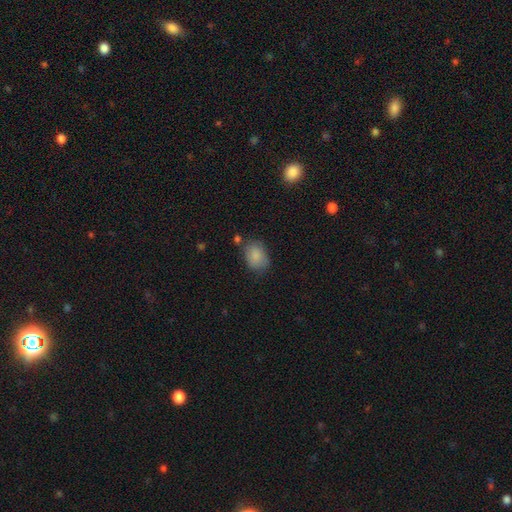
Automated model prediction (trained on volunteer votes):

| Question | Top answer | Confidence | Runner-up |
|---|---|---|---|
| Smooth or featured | smooth | 84% | featured or disk (8%) |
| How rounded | in between | 73% | round (26%) |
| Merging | none | 64% | minor disturbance (24%) |